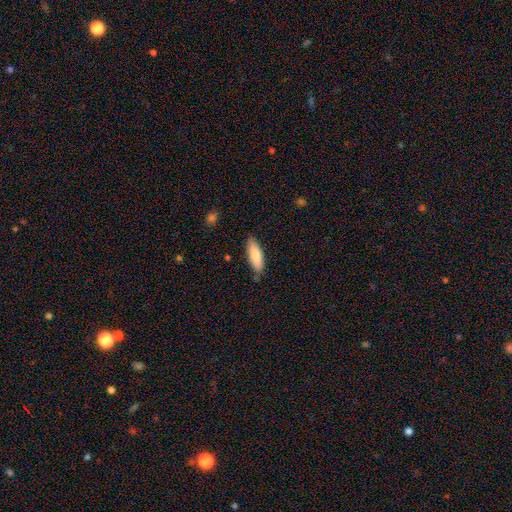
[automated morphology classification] Smooth or featured?
  - smooth: 82% *
  - featured or disk: 12%
  - star or artifact: 6%
How rounded?
  - in between: 54% *
  - cigar-shaped: 45%
  - round: 1%
Merging?
  - none: 78% *
  - minor disturbance: 17%
  - major disturbance: 3%
  - merger: 2%